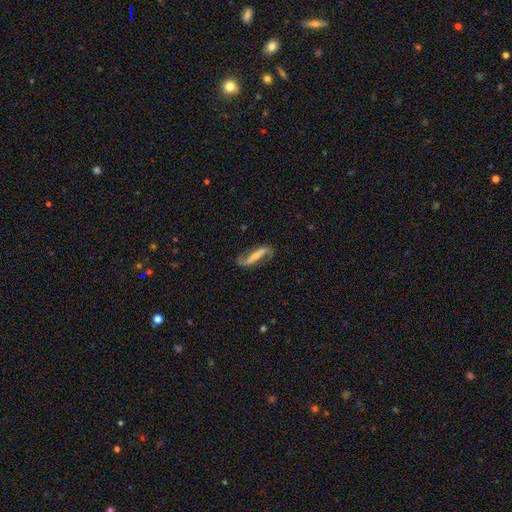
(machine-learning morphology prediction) type=featured or disk (73%); edge-on=no (80%); bar=strong (55%); spiral arms=yes (91%); winding=loose (75%); arm count=2 (88%); bulge=small (43%); merging=none (66%).